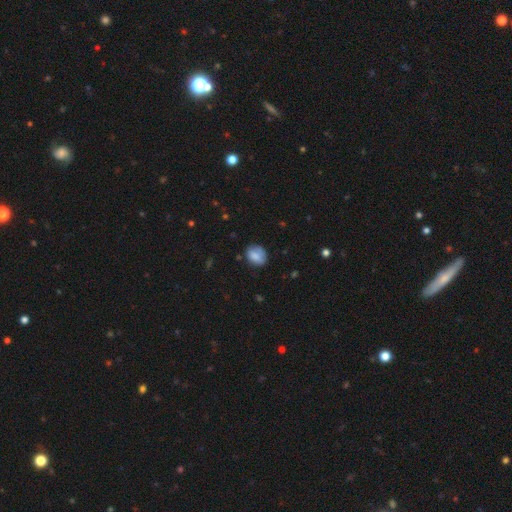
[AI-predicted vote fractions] smooth-or-featured: smooth: 79% | featured or disk: 13% | star or artifact: 8%
  how-rounded: in between: 52% | round: 47% | cigar-shaped: 1%
  merging: none: 68% | minor disturbance: 24% | major disturbance: 6% | merger: 2%